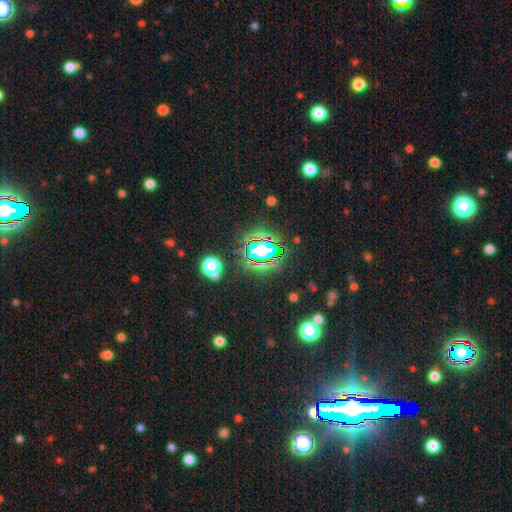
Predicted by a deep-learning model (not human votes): star or artifact 84%, smooth 9%, featured or disk 7%.